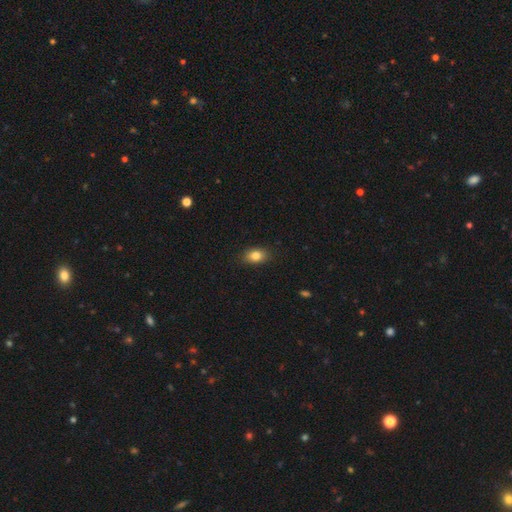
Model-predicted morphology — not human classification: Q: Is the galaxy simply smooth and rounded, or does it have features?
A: smooth — 84%.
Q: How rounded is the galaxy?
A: in between — 81%.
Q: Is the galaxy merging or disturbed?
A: none — 87%.